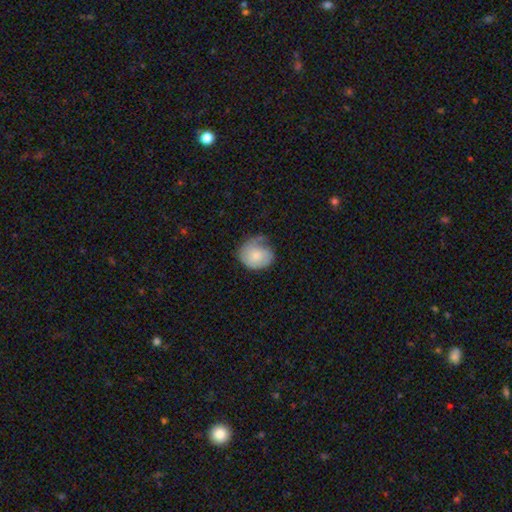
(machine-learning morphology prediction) The model was most divided on "merging": none: 42%, minor disturbance: 37%, major disturbance: 18%, merger: 3%. More confident: smooth or featured — smooth (71%); how rounded — round (70%).